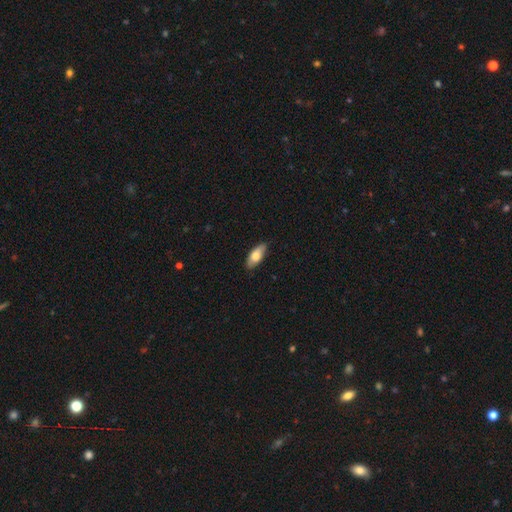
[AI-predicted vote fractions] smooth_or_featured: smooth (p=0.71) [alt: featured or disk p=0.23]
how_rounded: in between (p=0.81) [alt: cigar-shaped p=0.17]
merging: none (p=0.84) [alt: minor disturbance p=0.13]